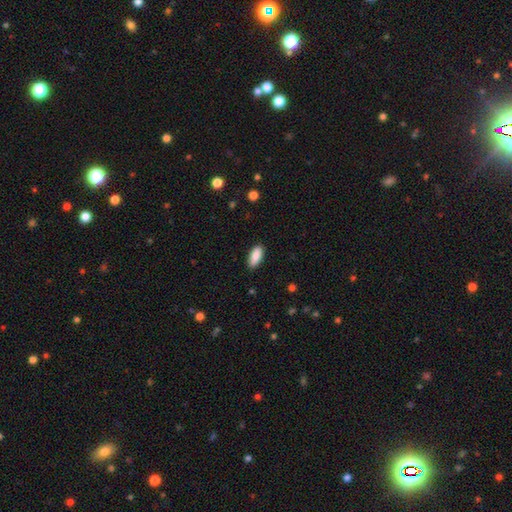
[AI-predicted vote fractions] Smooth or featured: smooth — 88% (star or artifact — 6%)
How rounded: in between — 82% (cigar-shaped — 16%)
Merging: none — 88% (minor disturbance — 9%)